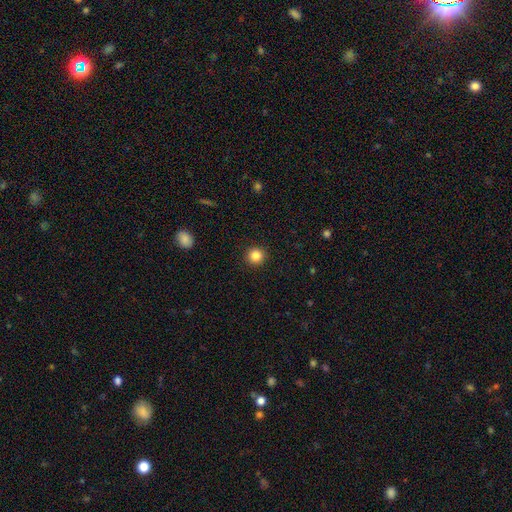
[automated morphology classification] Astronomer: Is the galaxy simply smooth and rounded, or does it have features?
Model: smooth — 85%.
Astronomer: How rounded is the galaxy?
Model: round — 95%.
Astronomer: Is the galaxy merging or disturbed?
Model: none — 93%.